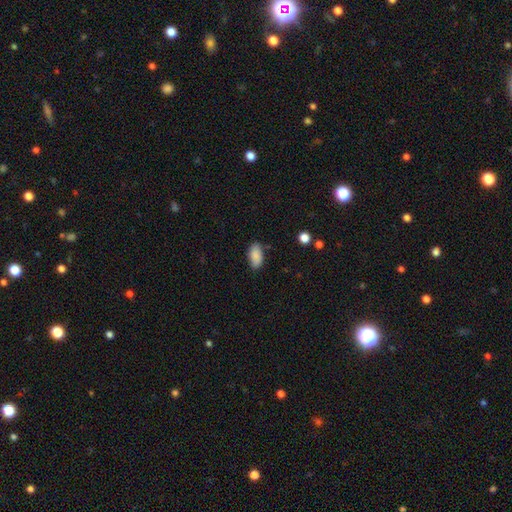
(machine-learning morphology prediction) type=smooth (86%); roundness=in between (93%); merging=none (79%).